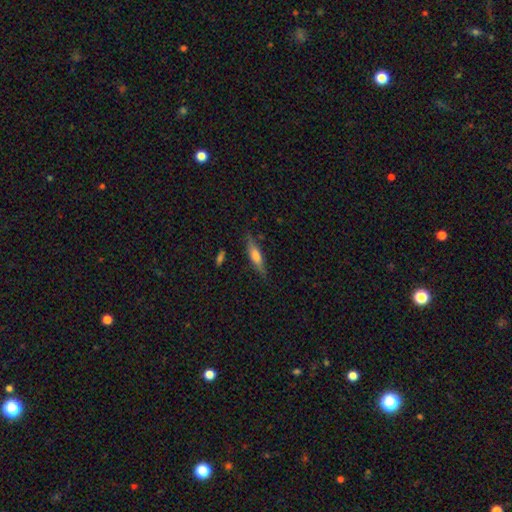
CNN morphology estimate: This is possibly a smooth galaxy (53%). How rounded: likely cigar-shaped (77%). Merging: clearly none (80%).